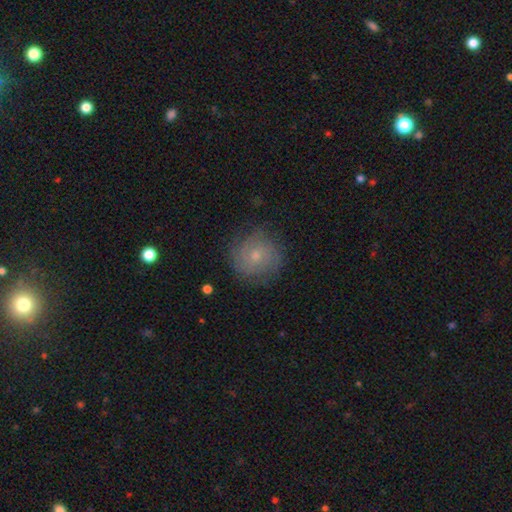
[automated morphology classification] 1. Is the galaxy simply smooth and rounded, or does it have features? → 54% featured or disk, 37% smooth, 10% star or artifact.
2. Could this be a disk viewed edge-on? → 97% no, 3% yes.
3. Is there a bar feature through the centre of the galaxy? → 78% no, 19% weak, 3% strong.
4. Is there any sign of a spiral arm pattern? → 84% yes, 16% no.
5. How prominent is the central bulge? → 63% small, 31% moderate, 3% none, 1% large, 1% dominant.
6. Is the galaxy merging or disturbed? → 79% none, 15% minor disturbance, 5% major disturbance, 1% merger.